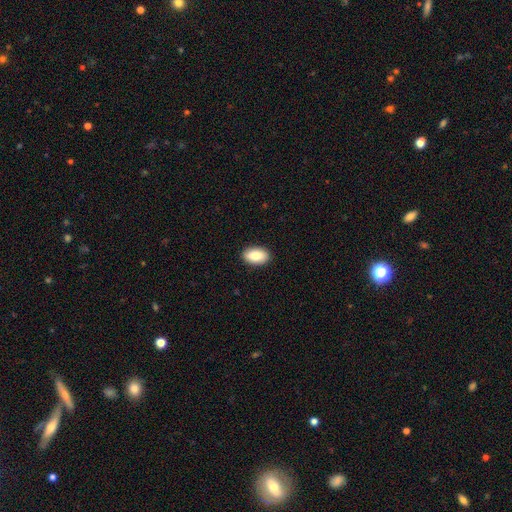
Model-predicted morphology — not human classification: This is clearly a smooth galaxy (86%). How rounded: clearly in between (93%). Merging: clearly none (90%).